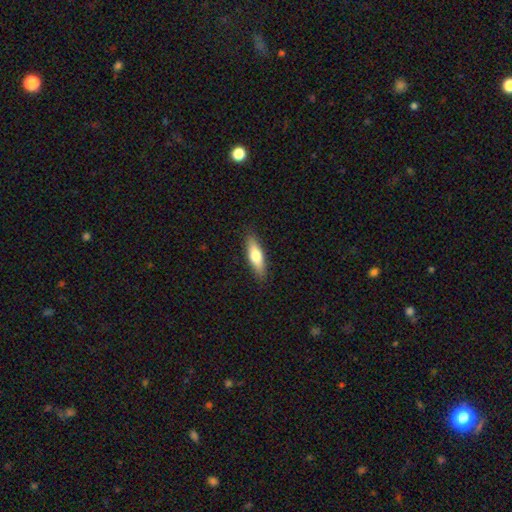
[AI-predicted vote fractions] The model was most divided on "how rounded": cigar-shaped: 52%, in between: 45%, round: 2%. More confident: merging — none (88%); smooth or featured — smooth (65%).